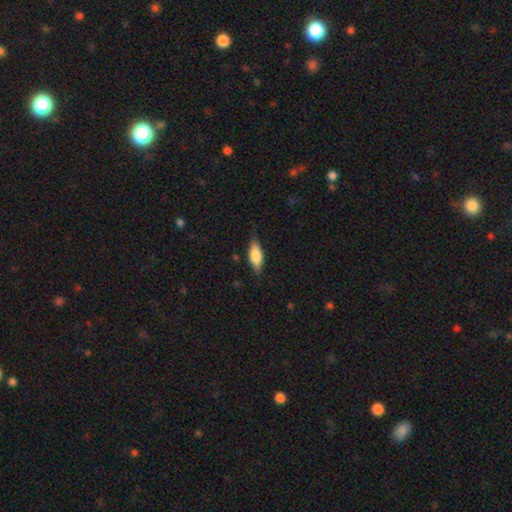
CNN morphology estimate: smooth_or_featured: smooth (p=0.69) [alt: featured or disk p=0.25]
how_rounded: in between (p=0.70) [alt: cigar-shaped p=0.28]
merging: none (p=0.79) [alt: minor disturbance p=0.16]